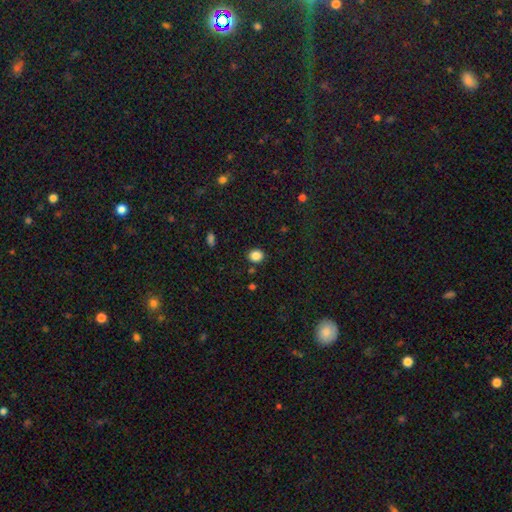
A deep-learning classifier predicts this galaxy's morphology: The model was most divided on "how rounded": round: 72%, in between: 27%, cigar-shaped: 1%. More confident: merging — none (87%); smooth or featured — smooth (85%).